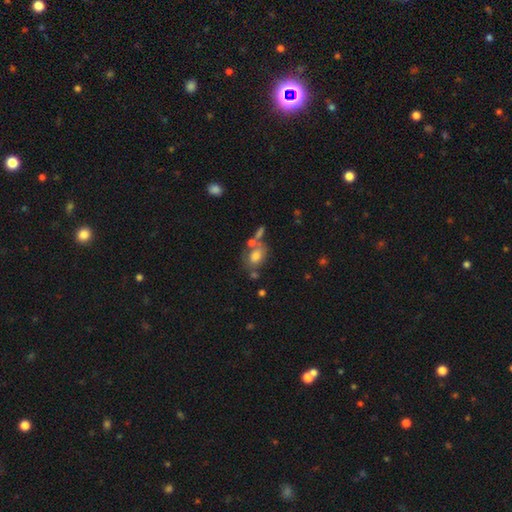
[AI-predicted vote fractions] This is likely a smooth galaxy (70%). How rounded: likely in between (65%). Merging: possibly none (47%).